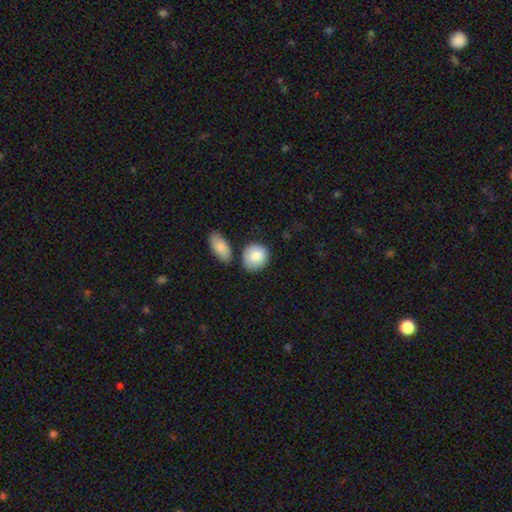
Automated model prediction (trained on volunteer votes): Morphology: type=smooth (86%); roundness=round (67%); merging=none (66%).